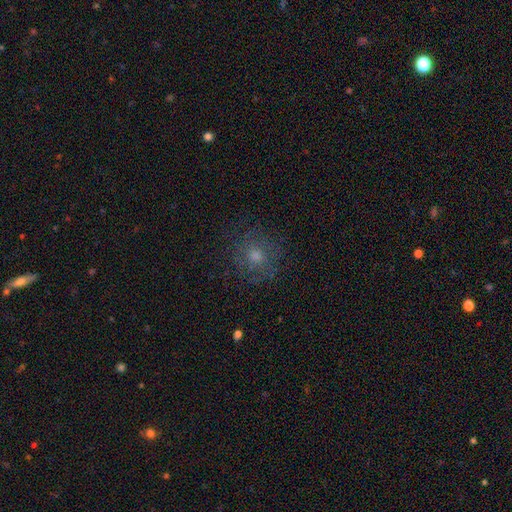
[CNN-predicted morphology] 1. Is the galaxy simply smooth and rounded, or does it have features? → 56% smooth, 25% featured or disk, 19% star or artifact.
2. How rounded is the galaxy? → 88% round, 11% in between, 1% cigar-shaped.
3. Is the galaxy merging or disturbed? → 78% none, 13% minor disturbance, 8% major disturbance, 1% merger.